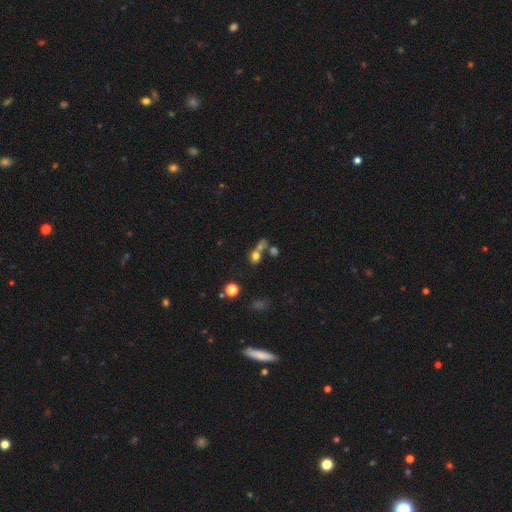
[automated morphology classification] smooth-or-featured: smooth: 68% | star or artifact: 19% | featured or disk: 13%
  how-rounded: round: 66% | in between: 32% | cigar-shaped: 3%
  merging: merger: 43% | none: 41% | minor disturbance: 9% | major disturbance: 7%